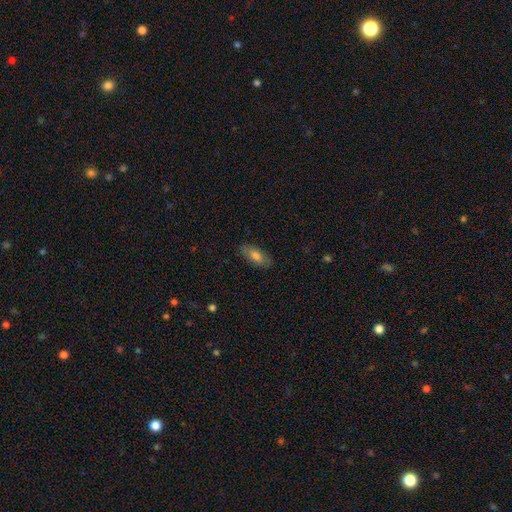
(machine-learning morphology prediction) Smooth or featured? Predicted: smooth (p=0.75). How rounded? Predicted: in between (p=0.85). Merging? Predicted: none (p=0.84).